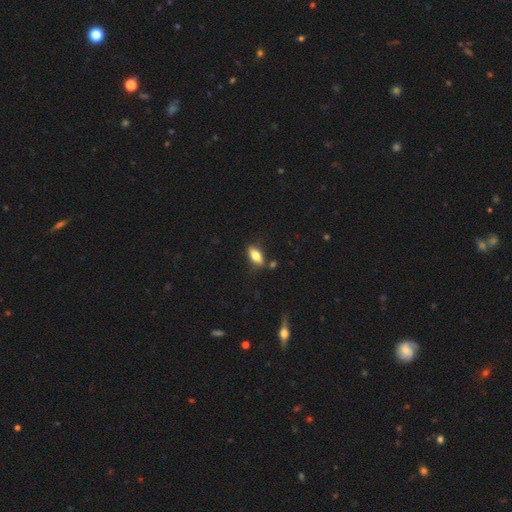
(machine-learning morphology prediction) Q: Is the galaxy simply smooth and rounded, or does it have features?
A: smooth — 70%.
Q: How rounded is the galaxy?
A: in between — 78%.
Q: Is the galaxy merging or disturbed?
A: none — 76%.